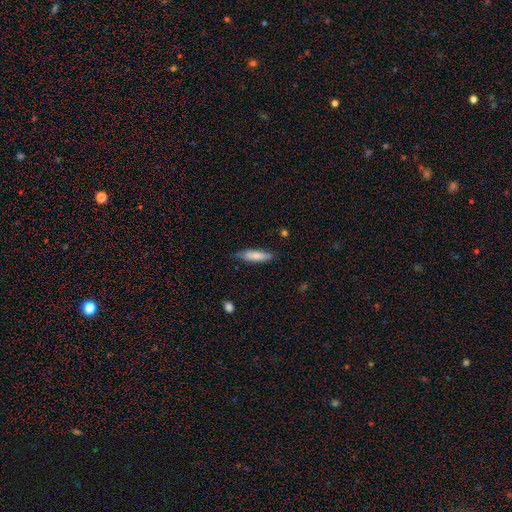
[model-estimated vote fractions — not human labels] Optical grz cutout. It shows a smooth galaxy with no disk features (78%) that is cigar-shaped (65%). Merging: none (75%).